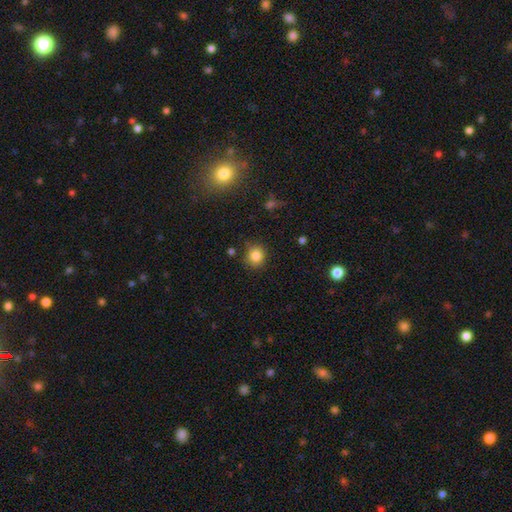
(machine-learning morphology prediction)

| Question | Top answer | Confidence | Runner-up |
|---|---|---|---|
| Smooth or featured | smooth | 83% | star or artifact (12%) |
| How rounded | round | 88% | in between (11%) |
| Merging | none | 84% | minor disturbance (11%) |